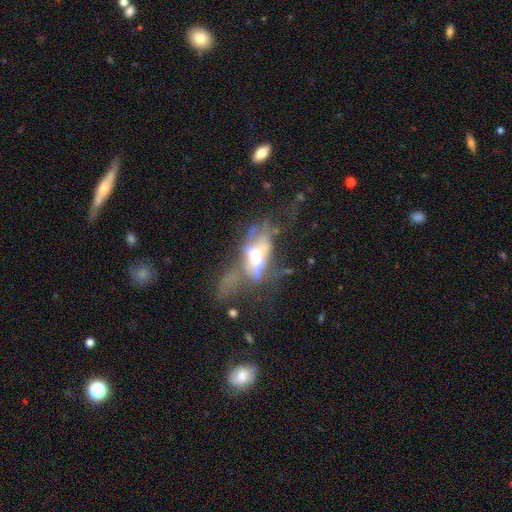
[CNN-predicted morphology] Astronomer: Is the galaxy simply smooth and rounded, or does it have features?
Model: featured or disk — 61%.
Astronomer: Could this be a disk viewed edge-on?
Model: no — 79%.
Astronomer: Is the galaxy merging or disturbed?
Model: major disturbance — 51%.